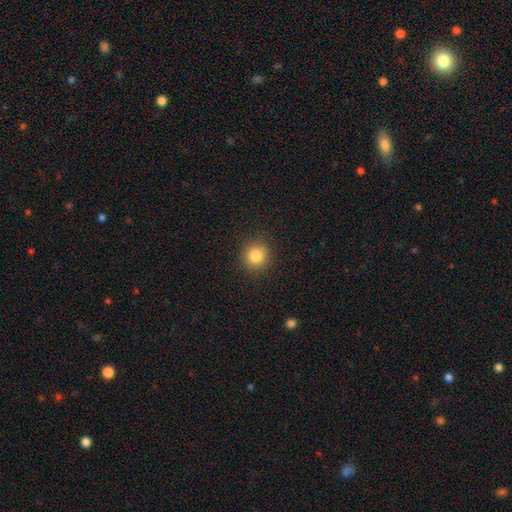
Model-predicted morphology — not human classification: A smooth galaxy with no disk features (83%) that is round (90%).

Vote fractions:
- Smooth or featured? smooth: 83% / star or artifact: 11% / featured or disk: 6%
- How rounded? round: 90% / in between: 9% / cigar-shaped: 1%
- Merging? none: 89% / minor disturbance: 8% / major disturbance: 2% / merger: 1%